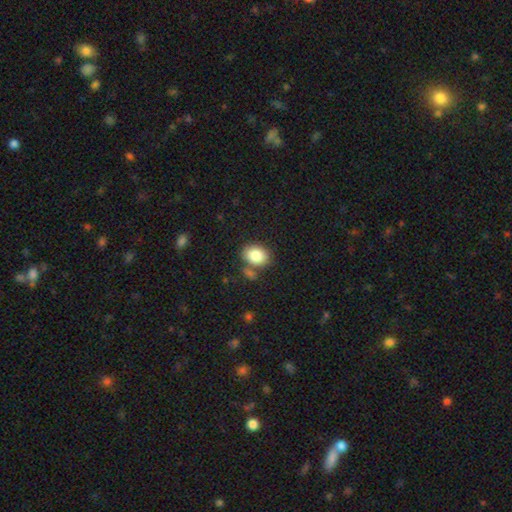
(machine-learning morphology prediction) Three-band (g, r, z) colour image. It shows a smooth galaxy with no disk features (85%) that is in between round and cigar-shaped (65%). Merging: none (67%).